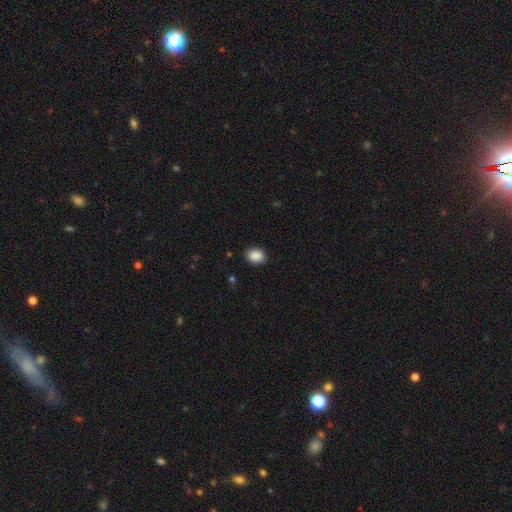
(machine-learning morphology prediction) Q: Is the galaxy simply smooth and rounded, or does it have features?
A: smooth — 89%.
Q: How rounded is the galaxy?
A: in between — 56%.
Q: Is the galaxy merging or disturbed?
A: none — 88%.